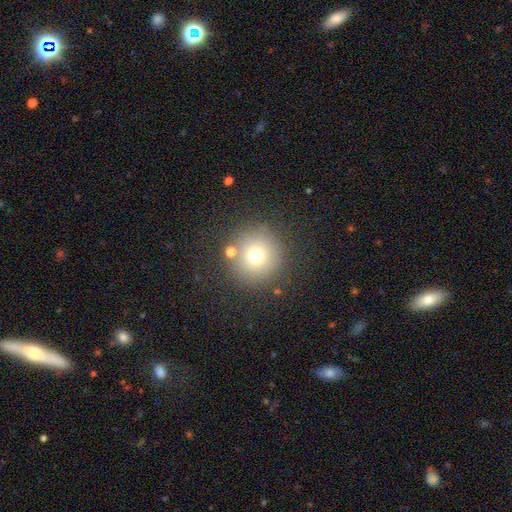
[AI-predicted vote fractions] The model was most divided on "smooth or featured": smooth: 70%, star or artifact: 17%, featured or disk: 13%. More confident: how rounded — round (96%); merging — none (82%).